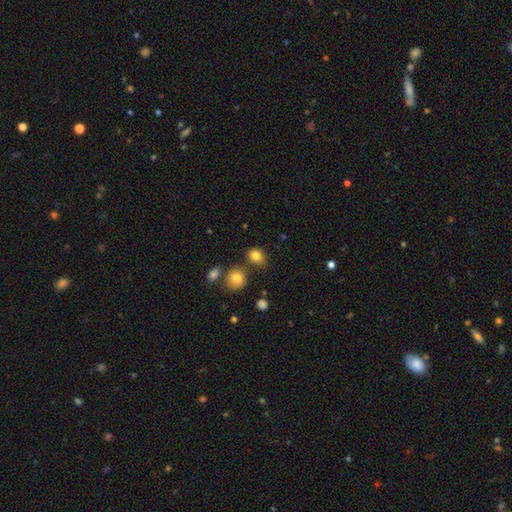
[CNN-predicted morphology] smooth 82%, star or artifact 11%, featured or disk 7%. Down the decision tree: how rounded — round (58%); merging — none (67%).